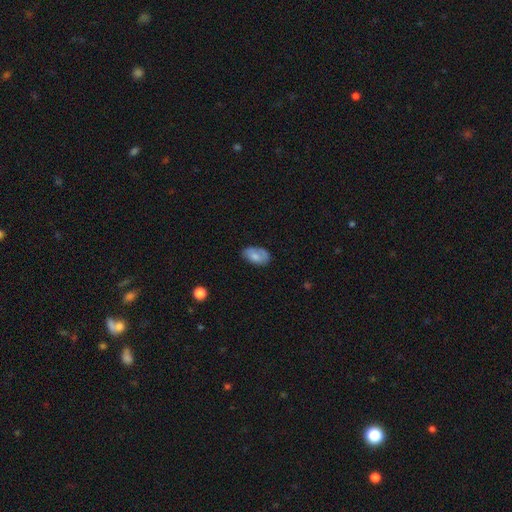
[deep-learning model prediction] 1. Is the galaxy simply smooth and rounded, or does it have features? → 72% smooth, 21% featured or disk, 7% star or artifact.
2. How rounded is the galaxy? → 91% in between, 7% round, 2% cigar-shaped.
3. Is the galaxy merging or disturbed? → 64% none, 27% minor disturbance, 8% major disturbance, 2% merger.